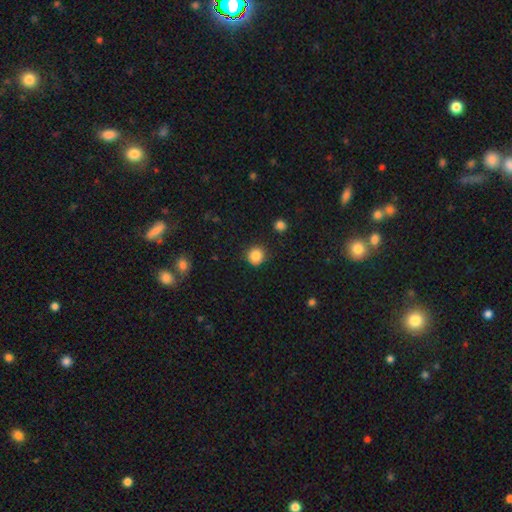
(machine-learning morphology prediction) A smooth galaxy with no disk features (85%) that is round (91%). Merging: none (87%).